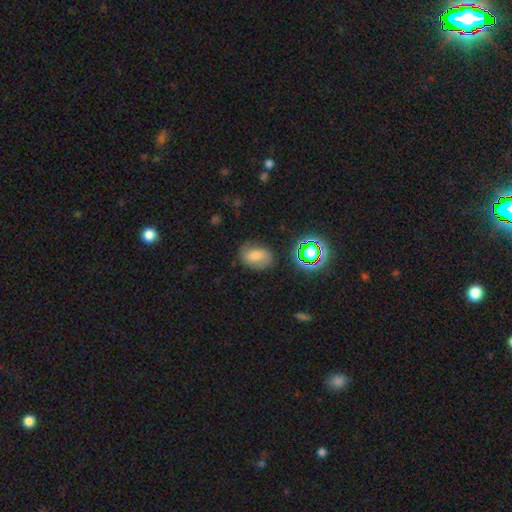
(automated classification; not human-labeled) smooth-or-featured: smooth: 62% | featured or disk: 22% | star or artifact: 16%
  how-rounded: in between: 77% | round: 22% | cigar-shaped: 1%
  merging: none: 68% | minor disturbance: 22% | major disturbance: 8% | merger: 3%